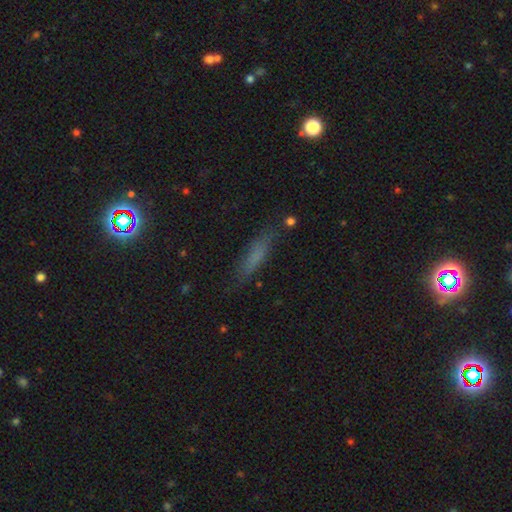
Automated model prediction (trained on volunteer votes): A smooth galaxy with no disk features (59%) that is cigar-shaped (78%). Merging: none (78%).